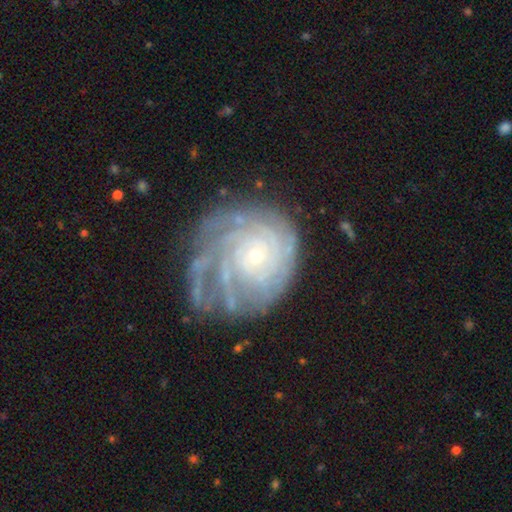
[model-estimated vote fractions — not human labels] smooth_or_featured: featured or disk (p=0.86) [alt: smooth p=0.08]
disk_edge_on: no (p=0.97) [alt: yes p=0.03]
bar: no (p=0.80) [alt: weak p=0.15]
has_spiral_arms: yes (p=0.95) [alt: no p=0.05]
spiral_winding: tight (p=0.79) [alt: medium p=0.17]
spiral_arm_count: can't tell (p=0.28) [alt: 4 p=0.23]
bulge_size: small (p=0.80) [alt: moderate p=0.16]
merging: none (p=0.61) [alt: minor disturbance p=0.21]